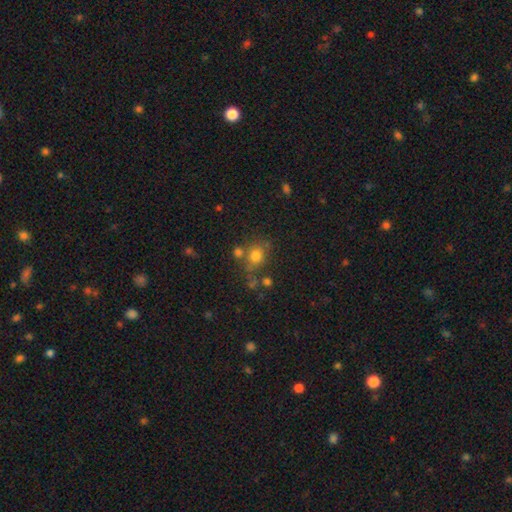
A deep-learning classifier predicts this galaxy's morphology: The model was most divided on "merging": none: 59%, merger: 19%, minor disturbance: 15%, major disturbance: 7%. More confident: smooth or featured — smooth (74%); how rounded — round (73%).